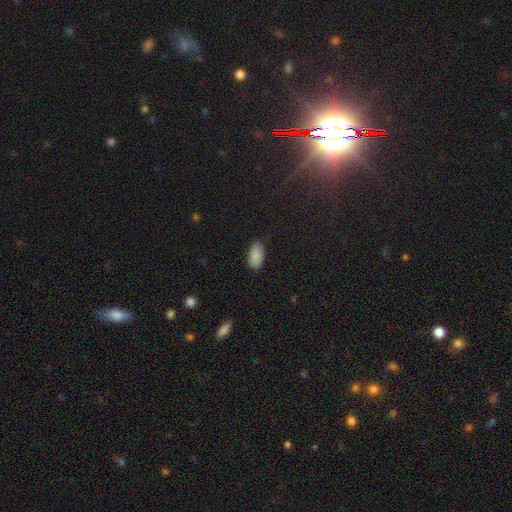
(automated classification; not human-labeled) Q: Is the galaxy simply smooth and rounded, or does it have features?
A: smooth — 89%.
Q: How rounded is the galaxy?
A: in between — 95%.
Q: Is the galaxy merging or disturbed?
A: none — 85%.